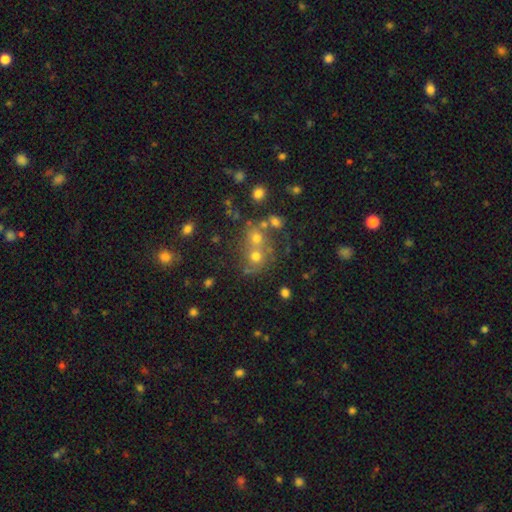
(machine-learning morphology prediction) A smooth galaxy with no disk features (57%) that is round (79%). Merging: none (46%).